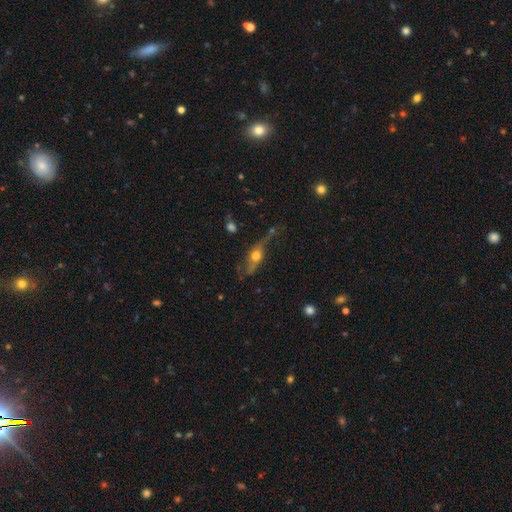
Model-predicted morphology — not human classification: A featured or disk galaxy (56%) viewed edge-on (62%).

Vote fractions:
- Smooth or featured? featured or disk: 56% / smooth: 34% / star or artifact: 10%
- Edge-on disk? yes: 62% / no: 38%
- Merging? none: 48% / minor disturbance: 25% / major disturbance: 19% / merger: 7%